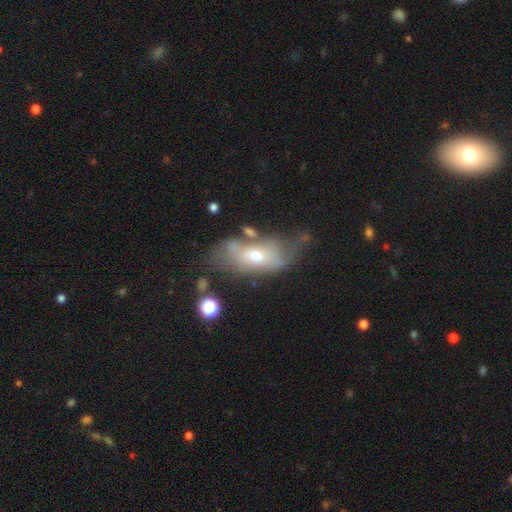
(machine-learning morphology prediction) Q: Smooth or featured?
A: smooth (45%); tied with: featured or disk (45%)
Q: Merging?
A: major disturbance (32%); runner-up: none (30%)